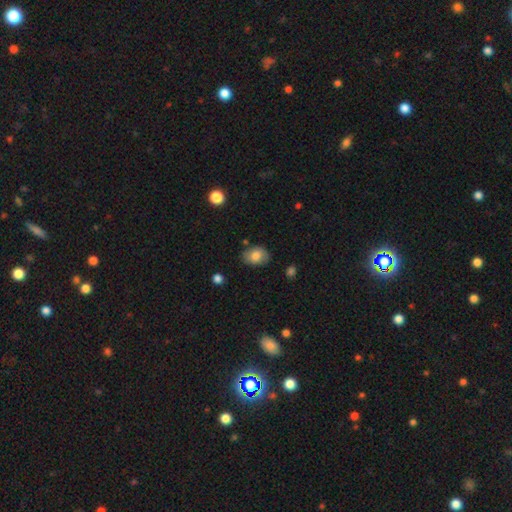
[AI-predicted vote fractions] This is likely a smooth galaxy (79%). How rounded: likely in between (76%). Merging: likely none (78%).